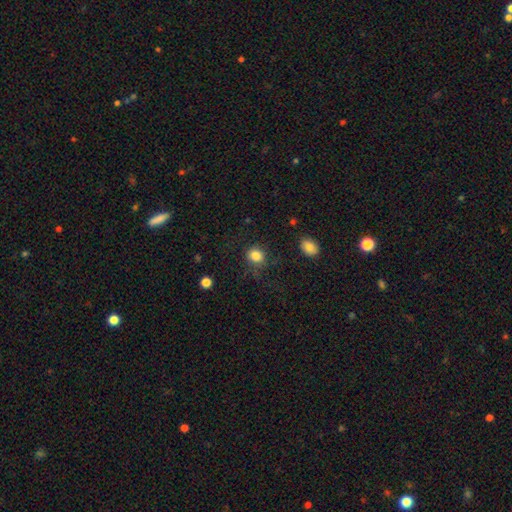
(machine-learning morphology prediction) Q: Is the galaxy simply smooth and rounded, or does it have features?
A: smooth — 84%.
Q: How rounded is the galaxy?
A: round — 79%.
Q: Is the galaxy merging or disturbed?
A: none — 77%.